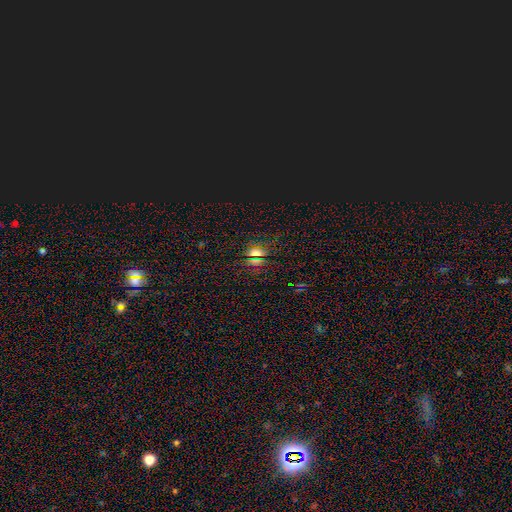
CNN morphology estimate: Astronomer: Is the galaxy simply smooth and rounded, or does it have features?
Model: star or artifact — 59%.